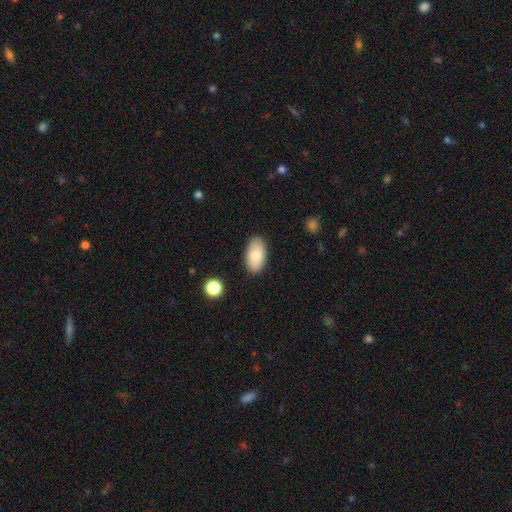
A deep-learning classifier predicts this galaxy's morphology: Smooth or featured?
  - smooth: 79% *
  - featured or disk: 15%
  - star or artifact: 7%
How rounded?
  - in between: 94% *
  - round: 3%
  - cigar-shaped: 2%
Merging?
  - none: 86% *
  - minor disturbance: 10%
  - major disturbance: 2%
  - merger: 2%